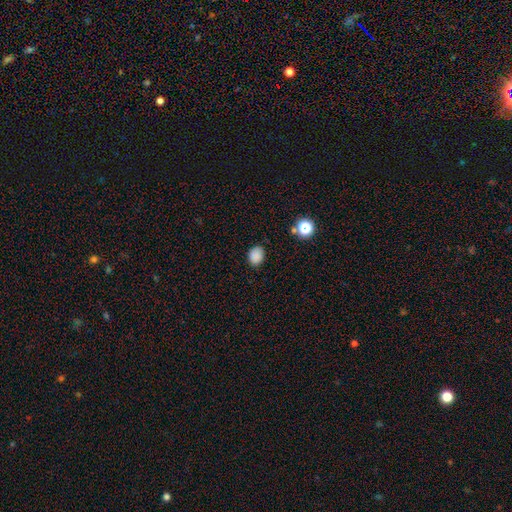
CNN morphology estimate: A smooth galaxy with no disk features (84%) that is in between round and cigar-shaped (58%).

Vote fractions:
- Smooth or featured? smooth: 84% / star or artifact: 12% / featured or disk: 4%
- How rounded? in between: 58% / round: 41% / cigar-shaped: 1%
- Merging? none: 82% / minor disturbance: 13% / major disturbance: 3% / merger: 2%